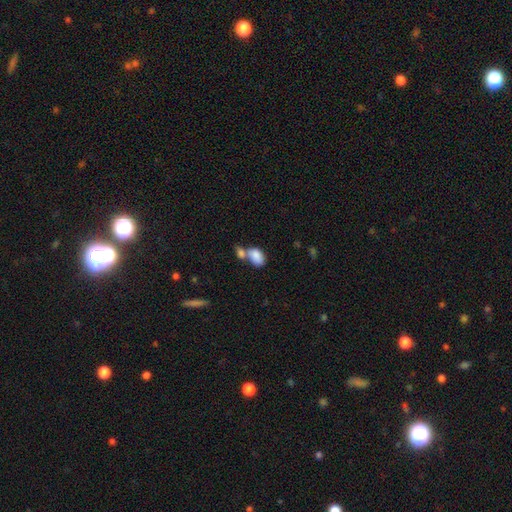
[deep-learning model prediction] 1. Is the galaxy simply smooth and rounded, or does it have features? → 83% smooth, 9% featured or disk, 7% star or artifact.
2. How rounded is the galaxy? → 89% in between, 9% round, 2% cigar-shaped.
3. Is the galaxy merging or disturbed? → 56% merger, 28% none, 10% minor disturbance, 5% major disturbance.